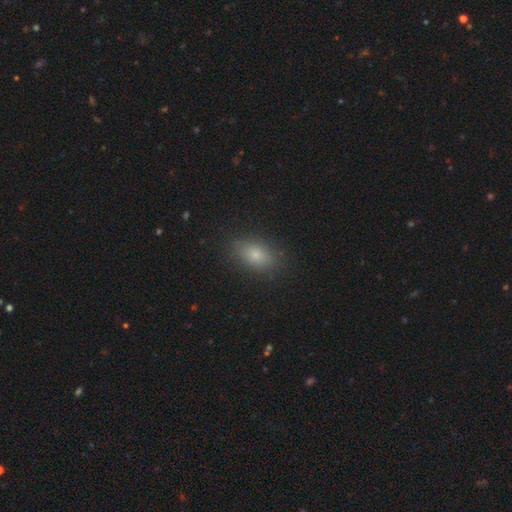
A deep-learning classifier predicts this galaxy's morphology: A smooth galaxy with no disk features (78%) that is in between round and cigar-shaped (85%). Merging: none (85%).